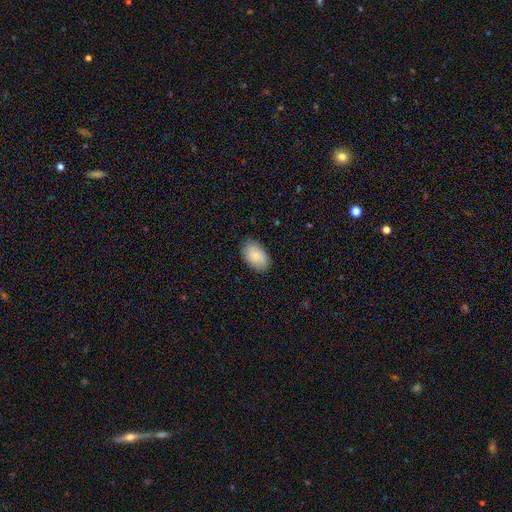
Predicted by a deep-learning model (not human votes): Smooth or featured? Predicted: smooth (p=0.85). How rounded? Predicted: in between (p=0.91). Merging? Predicted: none (p=0.85).